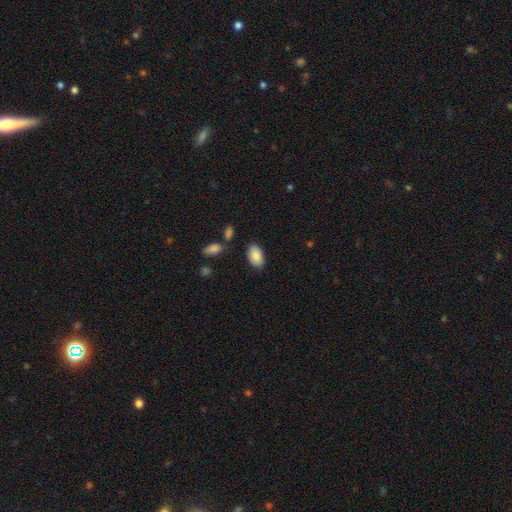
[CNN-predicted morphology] Smooth or featured? smooth (88%)
How rounded? in between (95%)
Merging? none (83%)